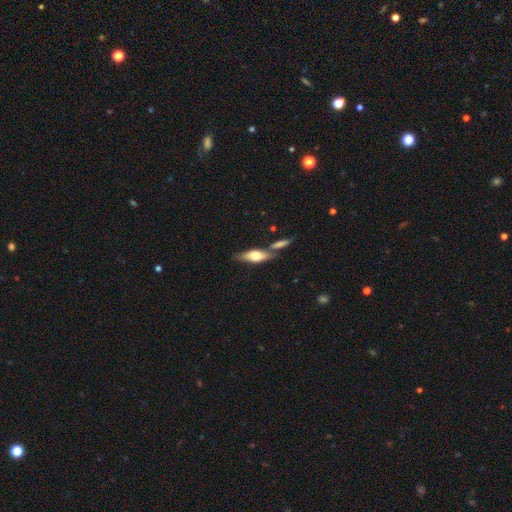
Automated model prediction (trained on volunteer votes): Overall: smooth (51%; featured or disk 43%). How rounded: in between (54%; cigar-shaped 43%). Merging: none (56%; merger 26%).